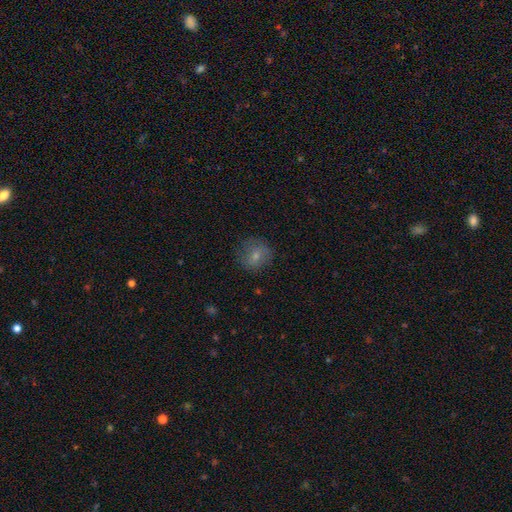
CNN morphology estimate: smooth-or-featured: smooth: 72% | featured or disk: 18% | star or artifact: 10%
  how-rounded: round: 80% | in between: 19% | cigar-shaped: 1%
  merging: none: 76% | minor disturbance: 16% | major disturbance: 6% | merger: 1%